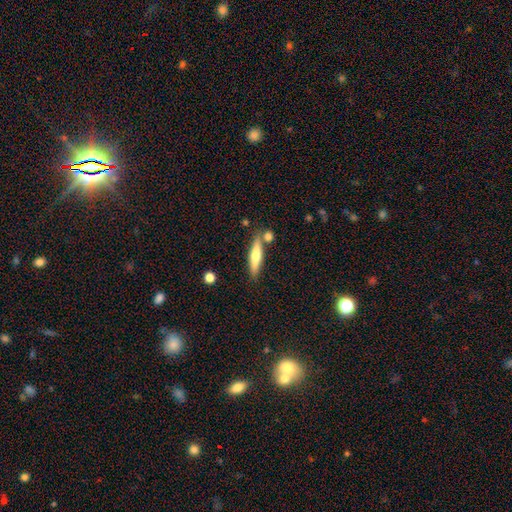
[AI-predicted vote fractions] This is possibly a smooth galaxy (53%). How rounded: clearly cigar-shaped (82%). Merging: likely none (75%).